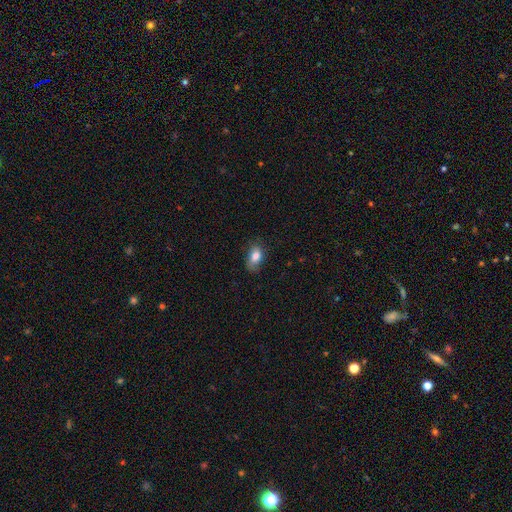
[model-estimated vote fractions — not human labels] smooth_or_featured: smooth (p=0.82) [alt: featured or disk p=0.10]
how_rounded: in between (p=0.88) [alt: round p=0.09]
merging: none (p=0.71) [alt: minor disturbance p=0.22]